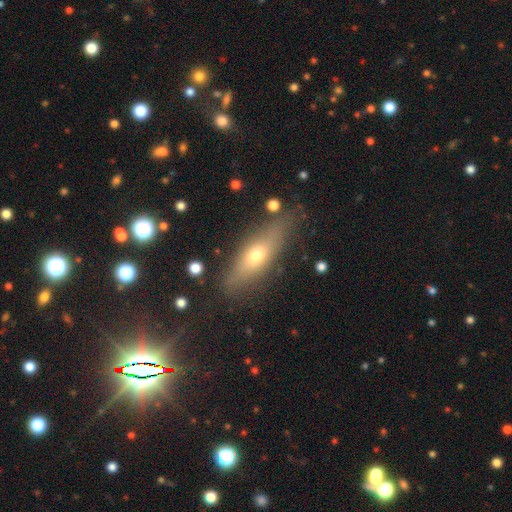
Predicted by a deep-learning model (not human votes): Overall: smooth (53%; featured or disk 38%). How rounded: cigar-shaped (51%; in between 44%). Merging: none (79%).